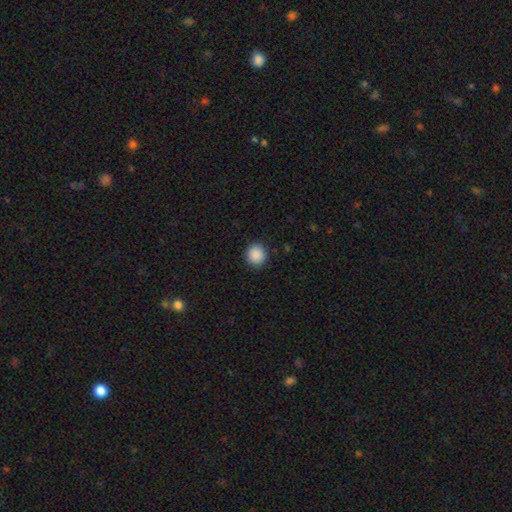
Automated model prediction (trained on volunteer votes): smooth-or-featured: smooth: 89% | star or artifact: 9% | featured or disk: 2%
  how-rounded: round: 91% | in between: 8% | cigar-shaped: 1%
  merging: none: 91% | minor disturbance: 6% | major disturbance: 2% | merger: 1%